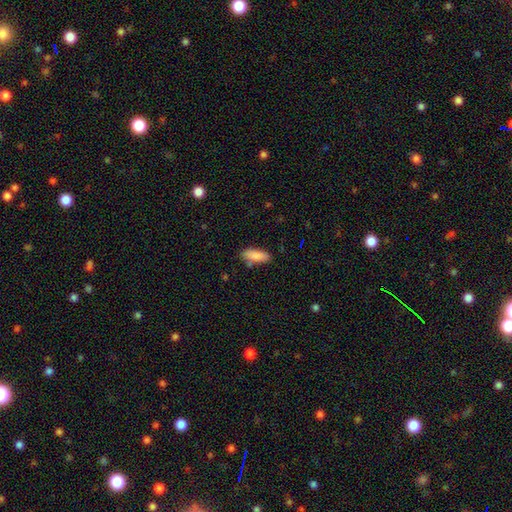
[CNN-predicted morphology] This appears to be a smooth galaxy with no disk features (87%) that is in between round and cigar-shaped (72%). Merging: none (76%).